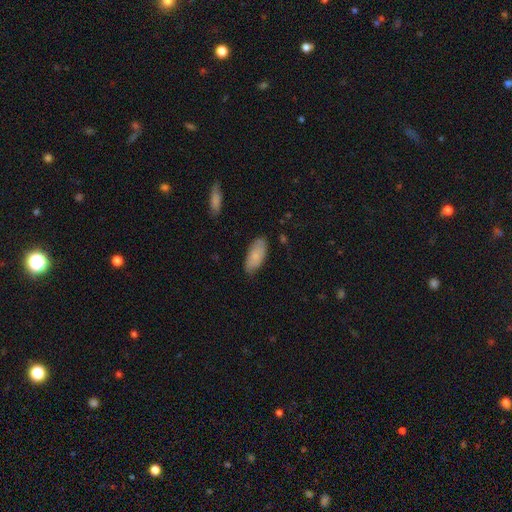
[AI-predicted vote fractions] smooth_or_featured: smooth (p=0.79) [alt: featured or disk p=0.15]
how_rounded: in between (p=0.90) [alt: cigar-shaped p=0.08]
merging: none (p=0.79) [alt: minor disturbance p=0.16]